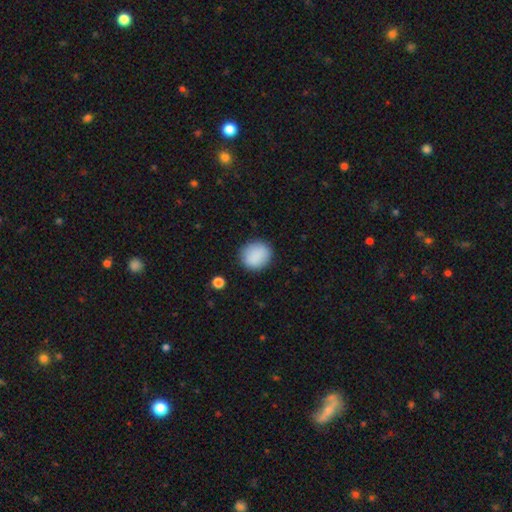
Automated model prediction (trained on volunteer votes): Smooth or featured? Predicted: smooth (p=0.88). How rounded? Predicted: round (p=0.80). Merging? Predicted: none (p=0.86).